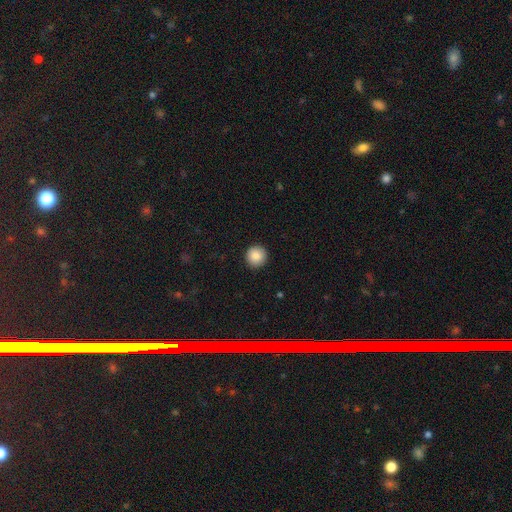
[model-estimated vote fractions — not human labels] Smooth or featured? Predicted: smooth (p=0.88). How rounded? Predicted: round (p=0.95). Merging? Predicted: none (p=0.92).